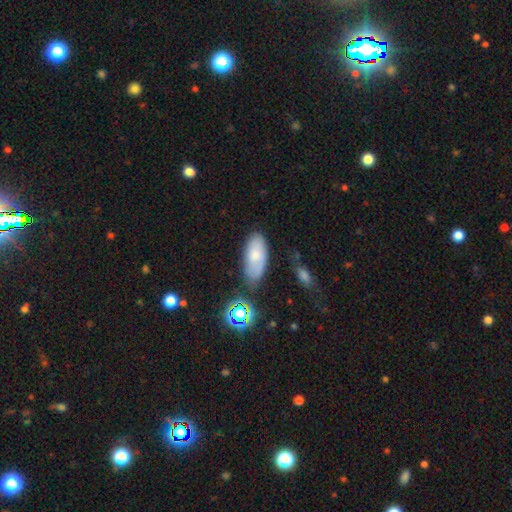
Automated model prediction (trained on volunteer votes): Smooth or featured?
  - smooth: 67% *
  - featured or disk: 22%
  - star or artifact: 11%
How rounded?
  - in between: 90% *
  - cigar-shaped: 7%
  - round: 3%
Merging?
  - none: 57% *
  - minor disturbance: 26%
  - merger: 9%
  - major disturbance: 8%